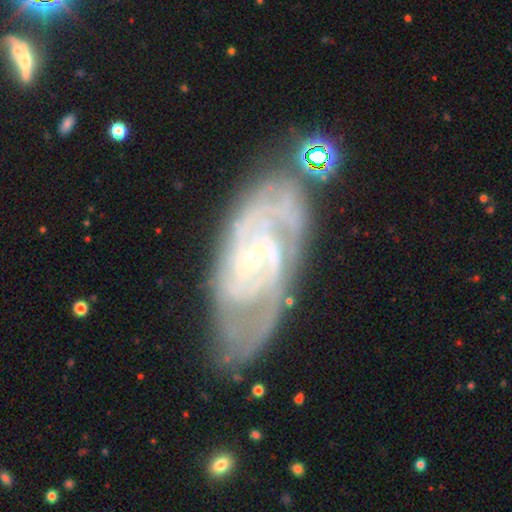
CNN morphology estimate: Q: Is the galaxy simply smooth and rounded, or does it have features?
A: featured or disk — 89%.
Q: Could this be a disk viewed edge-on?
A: no — 95%.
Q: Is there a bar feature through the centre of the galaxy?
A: no — 56%.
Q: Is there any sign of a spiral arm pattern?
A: yes — 97%.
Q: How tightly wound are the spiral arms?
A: tight — 68%.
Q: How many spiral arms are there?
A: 2 — 35%.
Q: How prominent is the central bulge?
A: small — 80%.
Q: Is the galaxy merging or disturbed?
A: none — 70%.